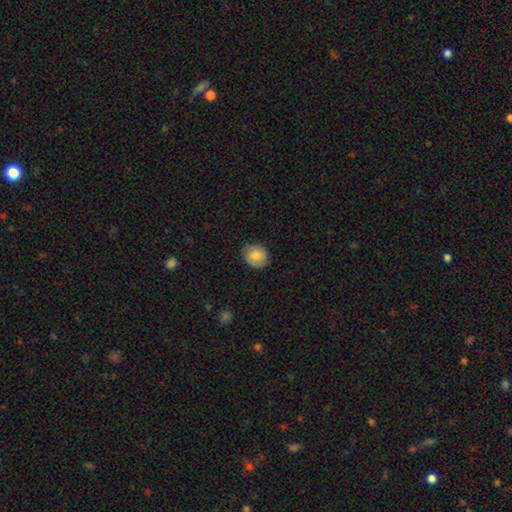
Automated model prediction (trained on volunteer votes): This appears to be a smooth galaxy with no disk features (79%) that is round (64%). Merging: none (83%).